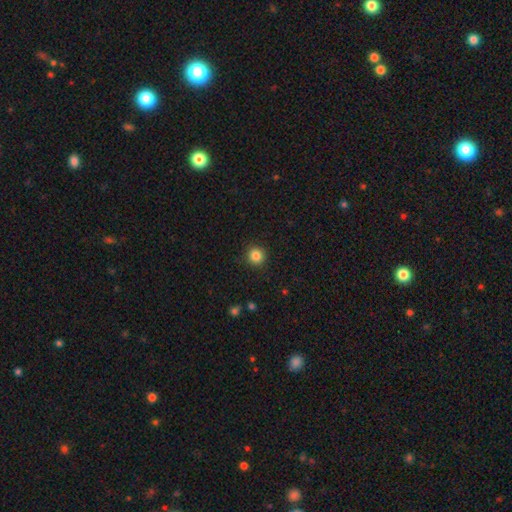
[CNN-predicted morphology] smooth_or_featured: smooth (p=0.84) [alt: star or artifact p=0.11]
how_rounded: round (p=0.93) [alt: in between p=0.06]
merging: none (p=0.92) [alt: minor disturbance p=0.06]